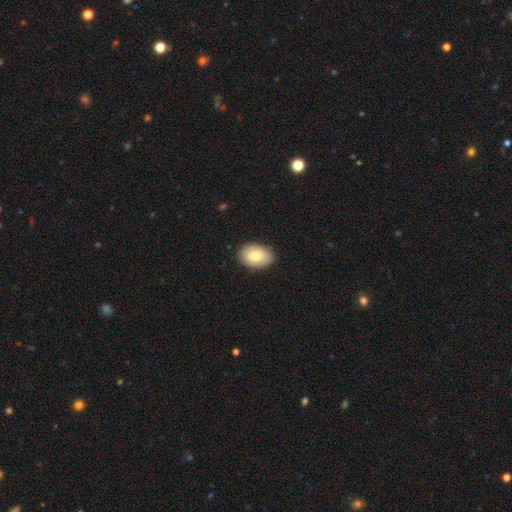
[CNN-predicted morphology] smooth_or_featured: smooth (p=0.77) [alt: featured or disk p=0.17]
how_rounded: in between (p=0.88) [alt: round p=0.11]
merging: none (p=0.86) [alt: minor disturbance p=0.11]